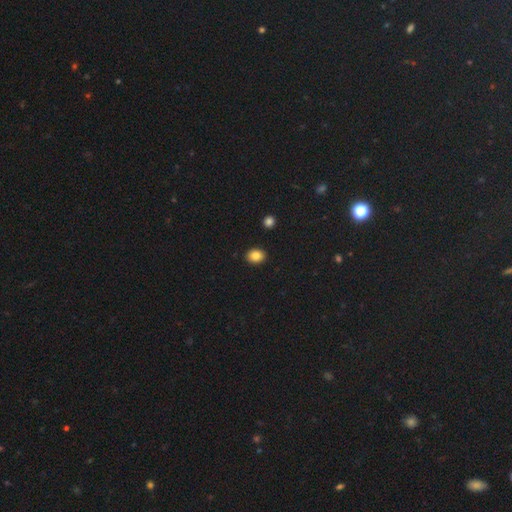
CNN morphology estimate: type=smooth (85%); roundness=in between (50%); merging=none (91%).